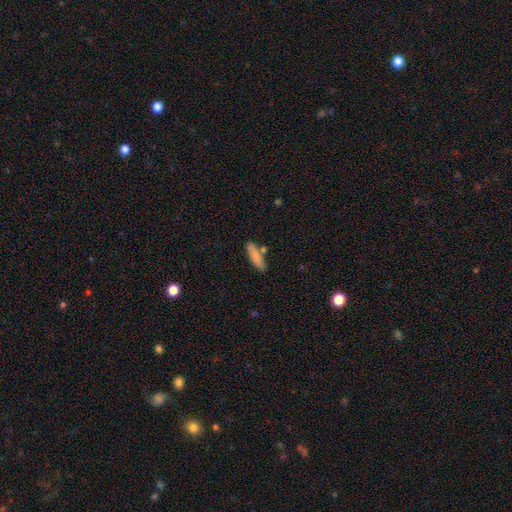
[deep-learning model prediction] Smooth or featured?
  - smooth: 82% *
  - featured or disk: 11%
  - star or artifact: 6%
How rounded?
  - cigar-shaped: 63% *
  - in between: 36%
  - round: 2%
Merging?
  - none: 77% *
  - minor disturbance: 12%
  - merger: 8%
  - major disturbance: 3%